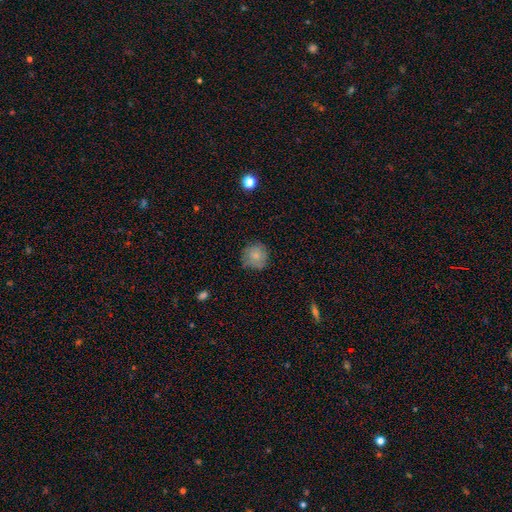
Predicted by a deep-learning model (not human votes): Smooth or featured?
  - smooth: 79% *
  - featured or disk: 13%
  - star or artifact: 9%
How rounded?
  - round: 91% *
  - in between: 8%
  - cigar-shaped: 1%
Merging?
  - none: 75% *
  - minor disturbance: 19%
  - major disturbance: 4%
  - merger: 1%